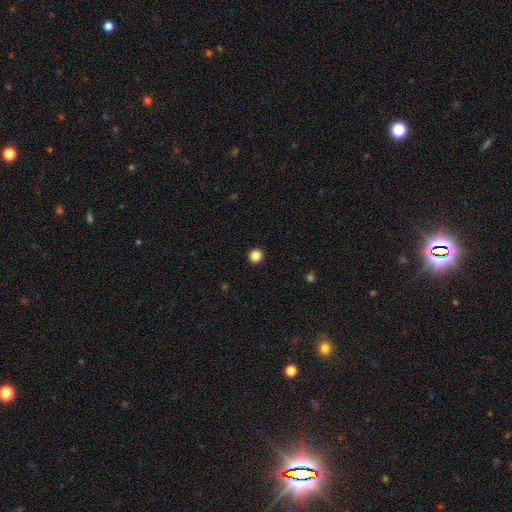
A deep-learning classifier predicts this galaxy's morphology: A smooth galaxy with no disk features (86%) that is round (93%). Merging: none (94%).